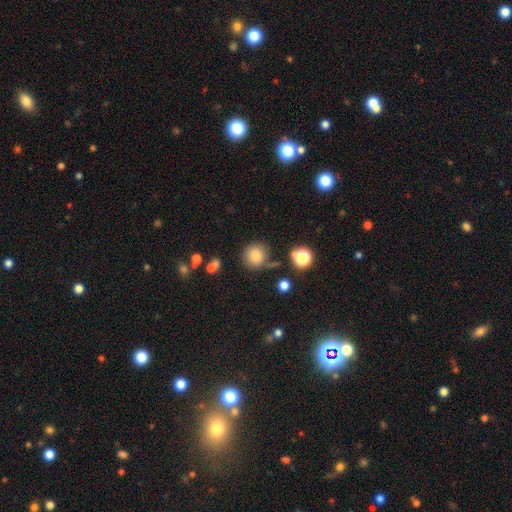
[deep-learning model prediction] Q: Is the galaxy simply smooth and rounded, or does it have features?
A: smooth — 81%.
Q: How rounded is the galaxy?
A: round — 90%.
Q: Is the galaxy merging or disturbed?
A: none — 74%.